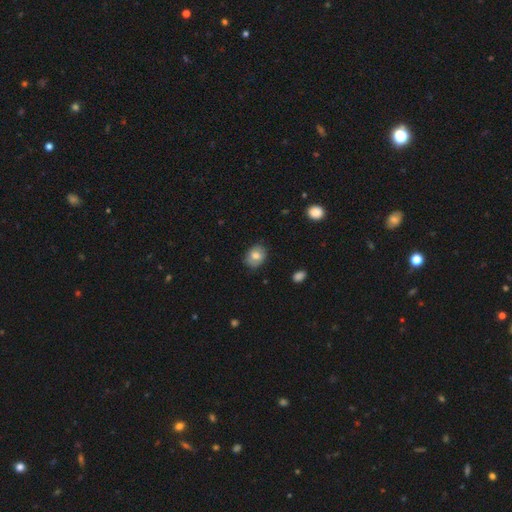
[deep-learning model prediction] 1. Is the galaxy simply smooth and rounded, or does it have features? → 76% smooth, 16% featured or disk, 8% star or artifact.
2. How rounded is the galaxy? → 54% in between, 45% round, 1% cigar-shaped.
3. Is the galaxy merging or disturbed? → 79% none, 17% minor disturbance, 3% major disturbance, 1% merger.